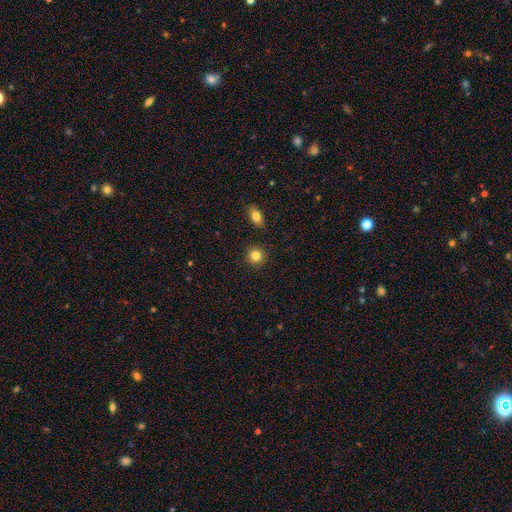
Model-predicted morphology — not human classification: Smooth or featured?
  - smooth: 85% *
  - star or artifact: 10%
  - featured or disk: 5%
How rounded?
  - round: 90% *
  - in between: 9%
  - cigar-shaped: 1%
Merging?
  - none: 90% *
  - minor disturbance: 6%
  - merger: 2%
  - major disturbance: 2%